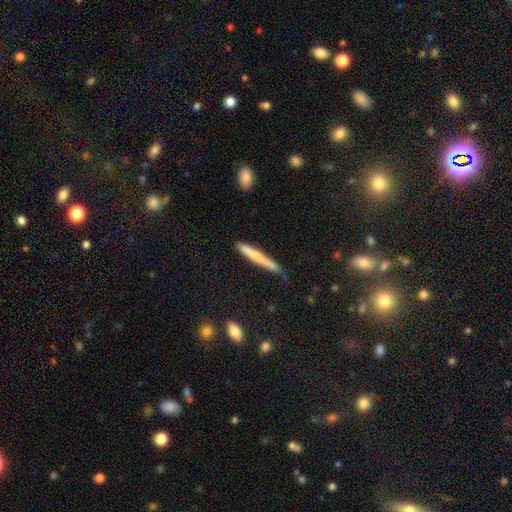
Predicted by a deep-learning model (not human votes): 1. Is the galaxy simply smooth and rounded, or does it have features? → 66% smooth, 29% featured or disk, 5% star or artifact.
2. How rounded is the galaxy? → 96% cigar-shaped, 3% in between, 1% round.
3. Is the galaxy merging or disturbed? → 58% none, 30% minor disturbance, 8% major disturbance, 3% merger.